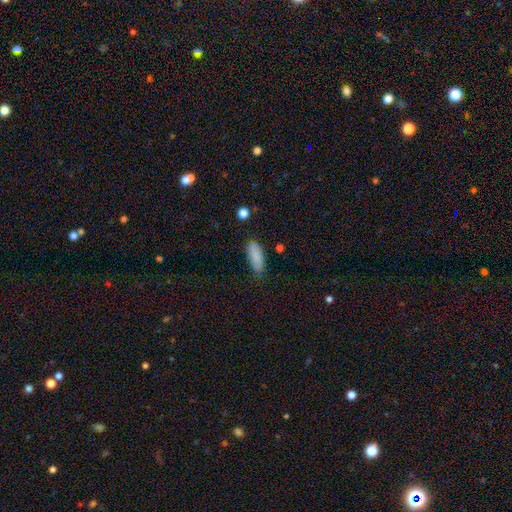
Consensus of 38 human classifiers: Q: Smooth or featured?
A: smooth (84%); runner-up: featured or disk (8%)
Q: How rounded?
A: in between (59%); runner-up: cigar-shaped (41%)
Q: Merging?
A: none (80%); runner-up: minor disturbance (20%)